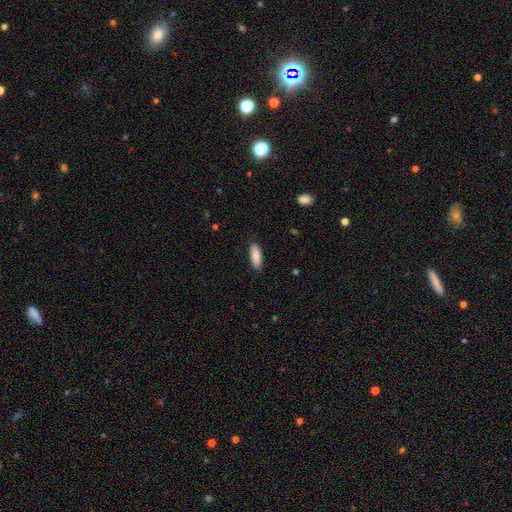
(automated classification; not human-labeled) Overall: smooth (89%). How rounded: in between (75%). Merging: none (89%).